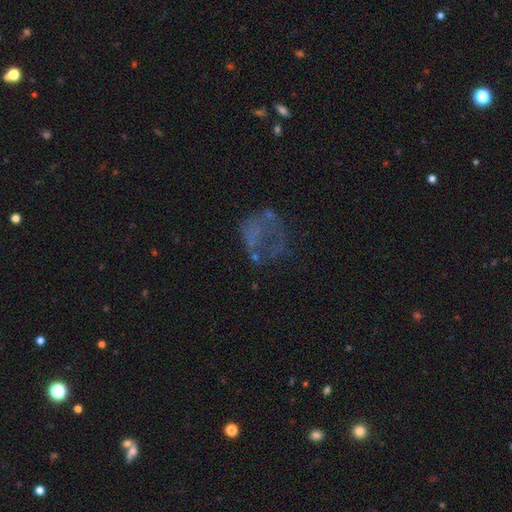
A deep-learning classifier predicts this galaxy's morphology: Smooth or featured: featured or disk — 44% (smooth — 34%)
Merging: none — 40% (major disturbance — 37%)